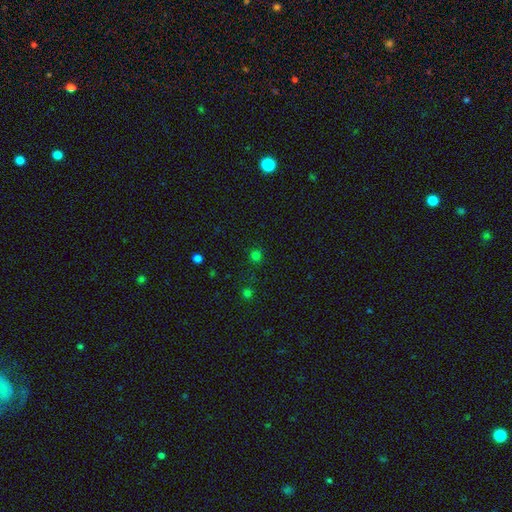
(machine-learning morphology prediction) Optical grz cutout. It shows a smooth galaxy with no disk features (72%) that is round (93%). Merging: none (87%).